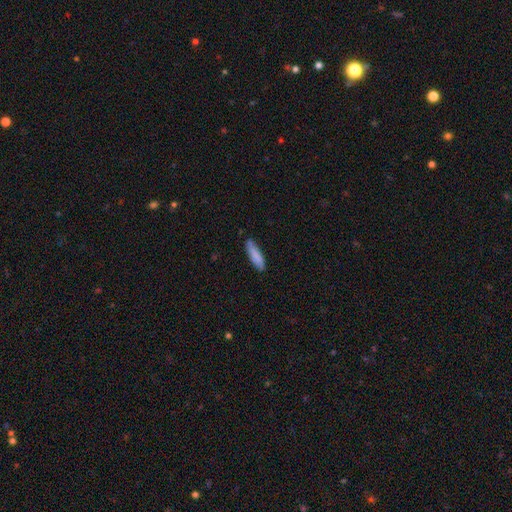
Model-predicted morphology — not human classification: smooth-or-featured: smooth: 83% | featured or disk: 11% | star or artifact: 6%
  how-rounded: cigar-shaped: 63% | in between: 35% | round: 1%
  merging: none: 78% | minor disturbance: 18% | major disturbance: 3% | merger: 2%